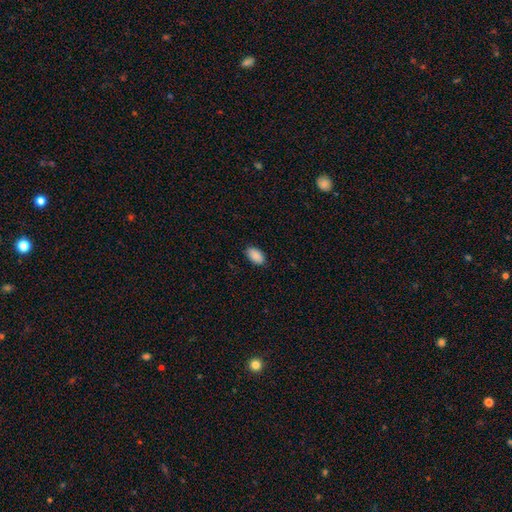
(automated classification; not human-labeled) Overall: smooth (90%). How rounded: in between (95%). Merging: none (88%).